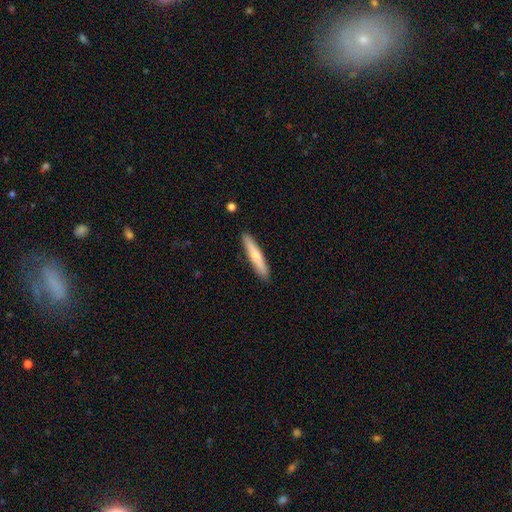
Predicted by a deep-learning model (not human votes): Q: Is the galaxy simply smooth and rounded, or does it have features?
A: smooth — 60%.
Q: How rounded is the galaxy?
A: cigar-shaped — 92%.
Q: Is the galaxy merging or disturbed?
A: none — 90%.